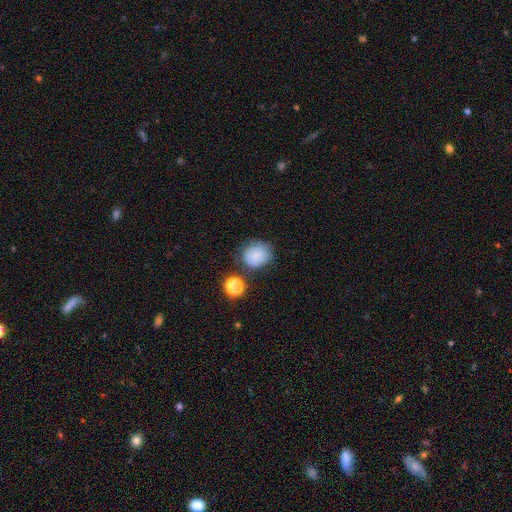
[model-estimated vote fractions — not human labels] A smooth galaxy with no disk features (79%) that is round (68%). Merging: none (72%).